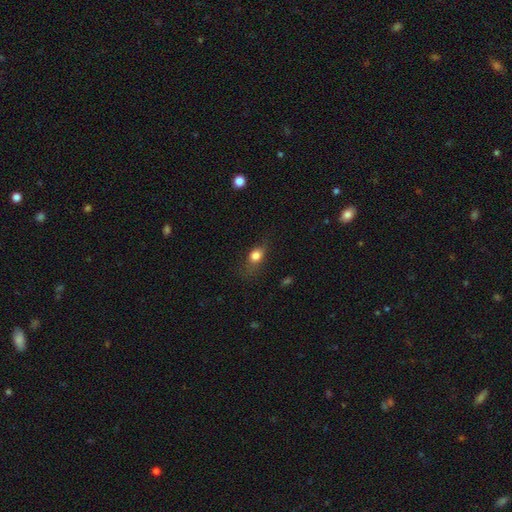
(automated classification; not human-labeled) Smooth or featured?
  - smooth: 78% *
  - featured or disk: 11%
  - star or artifact: 10%
How rounded?
  - in between: 61% *
  - round: 33%
  - cigar-shaped: 6%
Merging?
  - none: 61% *
  - minor disturbance: 25%
  - major disturbance: 12%
  - merger: 2%